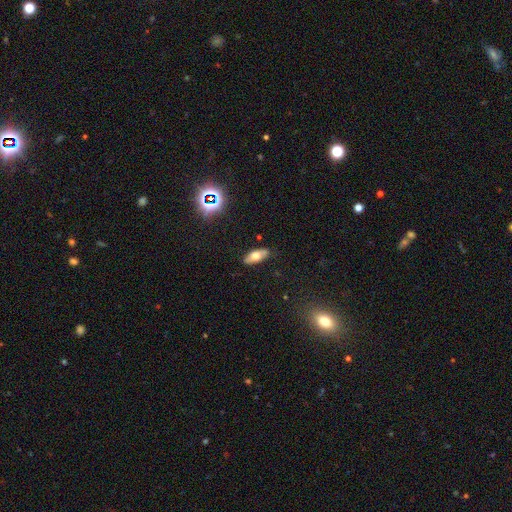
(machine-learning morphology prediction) Smooth or featured? Predicted: smooth (p=0.64). How rounded? Predicted: in between (p=0.82). Merging? Predicted: none (p=0.84).